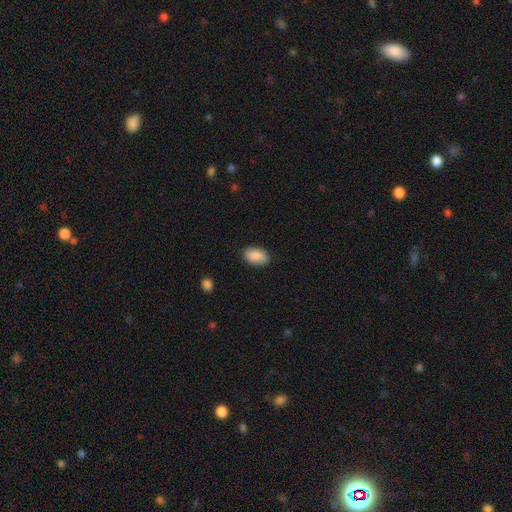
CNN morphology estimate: This appears to be a smooth galaxy with no disk features (88%) that is in between round and cigar-shaped (93%). Merging: none (87%).